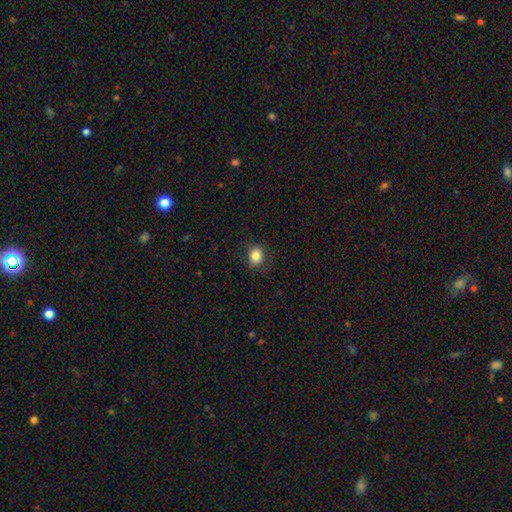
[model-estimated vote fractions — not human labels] Q: Smooth or featured?
A: smooth (84%); runner-up: star or artifact (10%)
Q: How rounded?
A: round (67%); runner-up: in between (32%)
Q: Merging?
A: none (86%); runner-up: minor disturbance (10%)